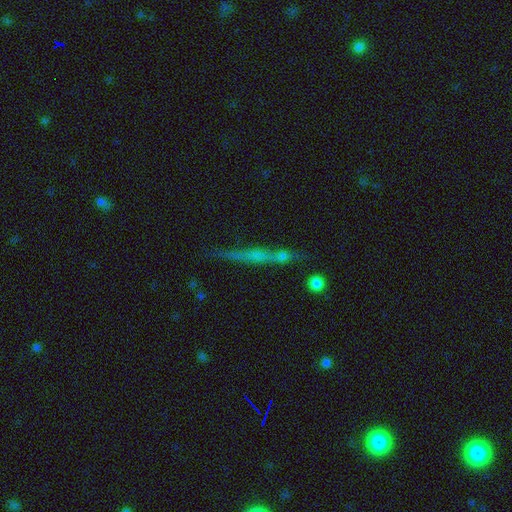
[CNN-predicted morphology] featured or disk 53%, smooth 30%, star or artifact 17%. Down the decision tree: edge-on disk — yes (90%); merging — none (72%).